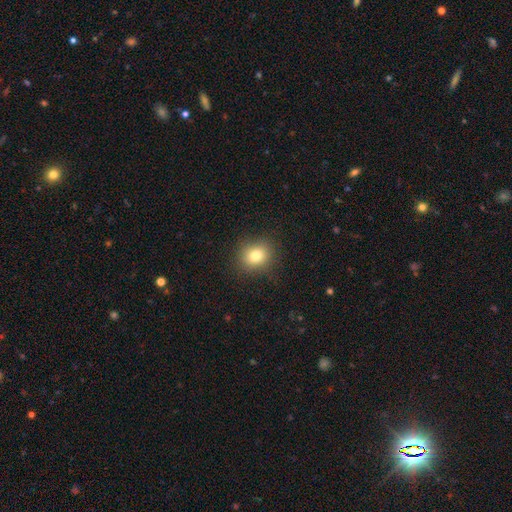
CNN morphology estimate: smooth_or_featured: smooth (p=0.79) [alt: star or artifact p=0.13]
how_rounded: round (p=0.75) [alt: in between p=0.24]
merging: none (p=0.87) [alt: minor disturbance p=0.09]